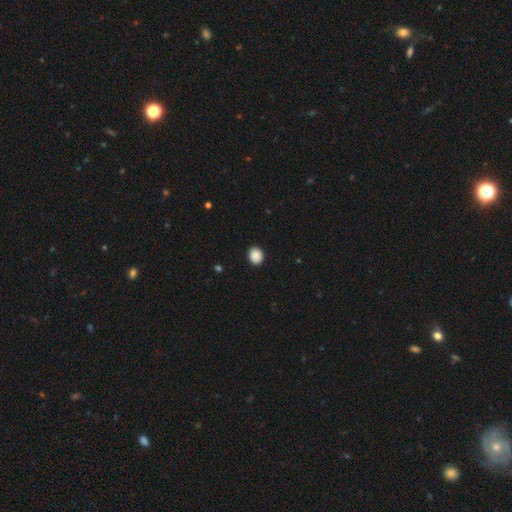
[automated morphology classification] smooth_or_featured: smooth (p=0.89) [alt: star or artifact p=0.09]
how_rounded: round (p=0.74) [alt: in between p=0.25]
merging: none (p=0.91) [alt: minor disturbance p=0.06]